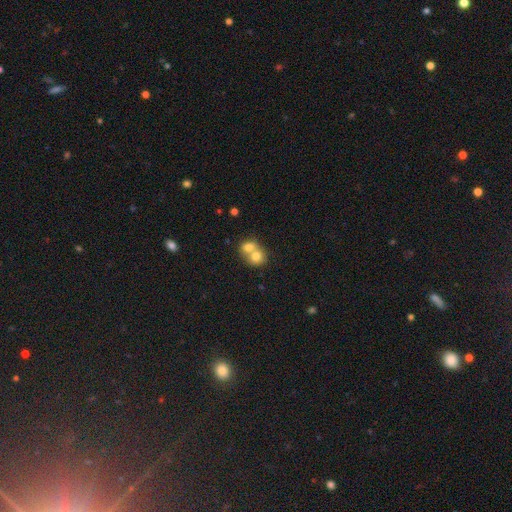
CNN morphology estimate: Smooth or featured? Predicted: smooth (p=0.72). How rounded? Predicted: round (p=0.69). Merging? Predicted: merger (p=0.72).